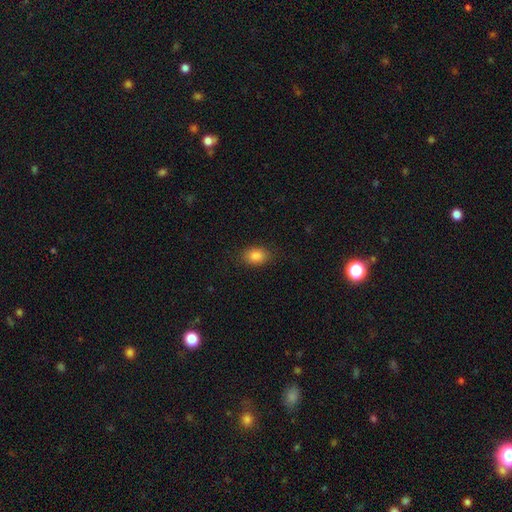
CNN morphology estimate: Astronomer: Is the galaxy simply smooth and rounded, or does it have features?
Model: smooth — 86%.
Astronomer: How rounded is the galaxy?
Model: in between — 80%.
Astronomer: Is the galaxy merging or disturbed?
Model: none — 85%.